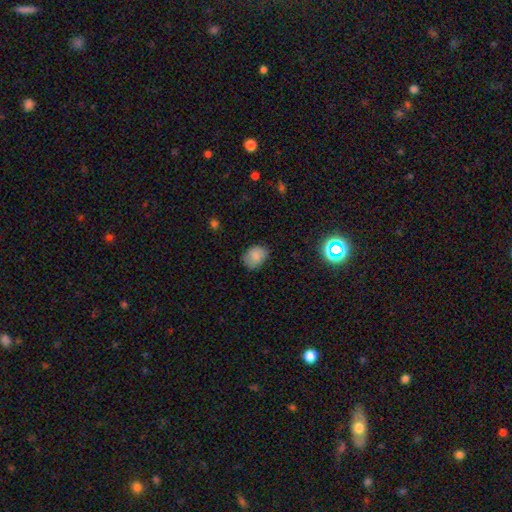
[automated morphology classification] smooth_or_featured: smooth (p=0.82) [alt: star or artifact p=0.11]
how_rounded: in between (p=0.59) [alt: round p=0.40]
merging: none (p=0.74) [alt: minor disturbance p=0.21]